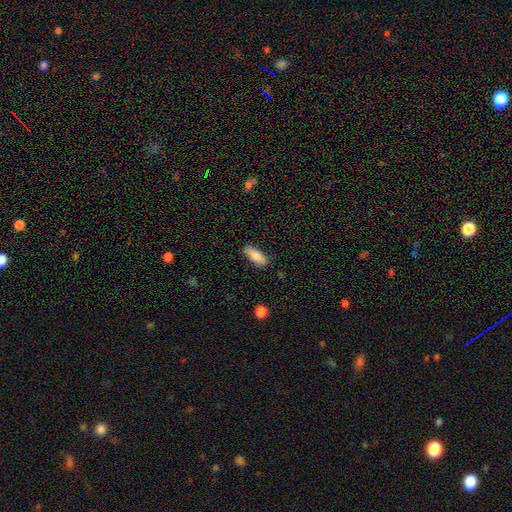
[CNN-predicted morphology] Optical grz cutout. It shows a smooth galaxy with no disk features (80%) that is in between round and cigar-shaped (71%). Merging: none (84%).